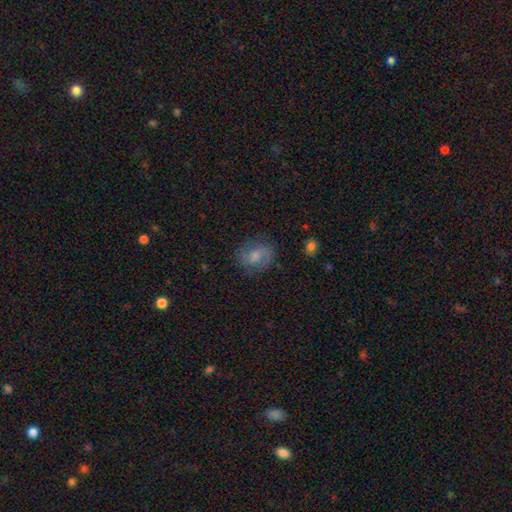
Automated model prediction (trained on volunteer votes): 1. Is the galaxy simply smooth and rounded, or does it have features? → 55% featured or disk, 36% smooth, 9% star or artifact.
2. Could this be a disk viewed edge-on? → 97% no, 3% yes.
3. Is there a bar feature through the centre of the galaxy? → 48% weak, 42% no, 10% strong.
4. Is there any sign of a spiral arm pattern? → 88% yes, 12% no.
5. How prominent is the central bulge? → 45% moderate, 30% small, 14% none, 10% large, 2% dominant.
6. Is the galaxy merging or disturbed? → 76% none, 16% minor disturbance, 6% major disturbance, 1% merger.